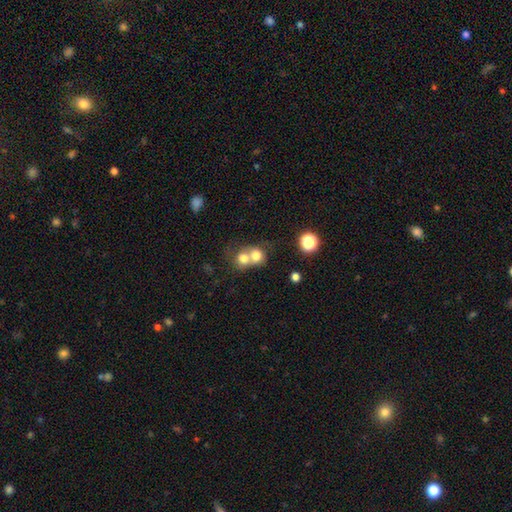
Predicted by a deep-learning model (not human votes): A smooth galaxy with no disk features (72%) that is round (74%).

Vote fractions:
- Smooth or featured? smooth: 72% / featured or disk: 17% / star or artifact: 11%
- How rounded? round: 74% / in between: 26% / cigar-shaped: 1%
- Merging? merger: 68% / none: 23% / minor disturbance: 5% / major disturbance: 3%